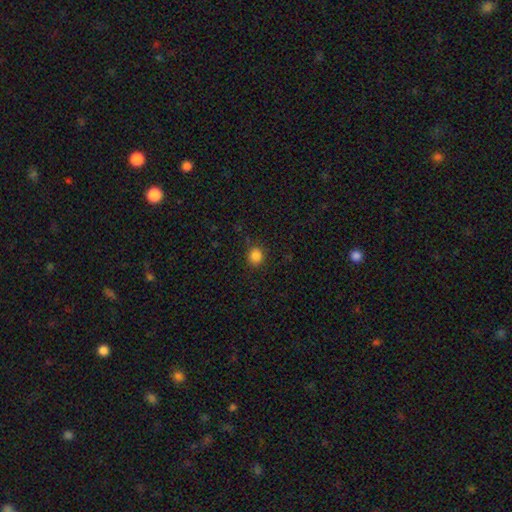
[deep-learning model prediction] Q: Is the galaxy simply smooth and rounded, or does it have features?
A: smooth — 84%.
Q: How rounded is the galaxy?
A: round — 86%.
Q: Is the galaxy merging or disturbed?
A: none — 84%.